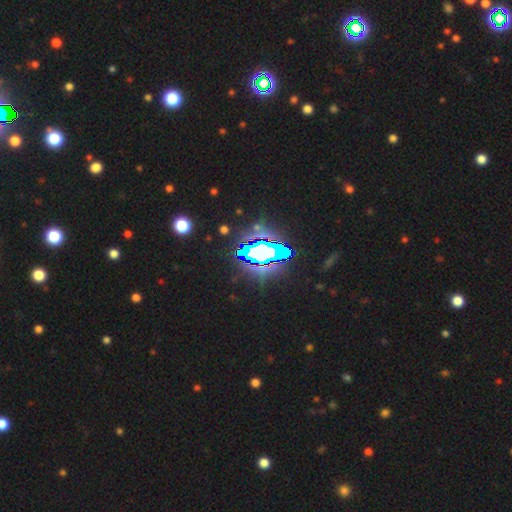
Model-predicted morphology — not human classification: Smooth or featured? star or artifact (66%)